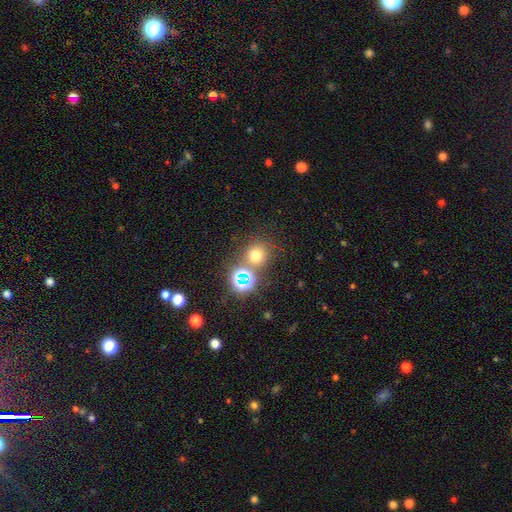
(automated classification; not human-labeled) Q: Smooth or featured?
A: smooth (65%); runner-up: star or artifact (27%)
Q: How rounded?
A: round (87%); runner-up: in between (12%)
Q: Merging?
A: none (72%); runner-up: merger (16%)